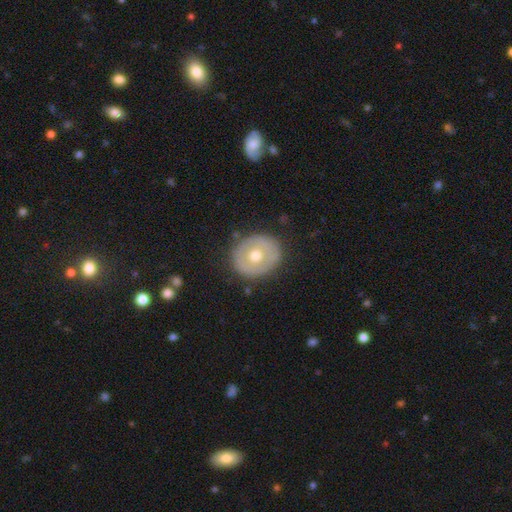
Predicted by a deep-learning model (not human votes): A smooth galaxy with no disk features (47%, tied with featured or disk).

Vote fractions:
- Smooth or featured? smooth: 47% (tied) / featured or disk: 47% (tied) / star or artifact: 6%
- Merging? none: 84% / minor disturbance: 11% / major disturbance: 3% / merger: 1%